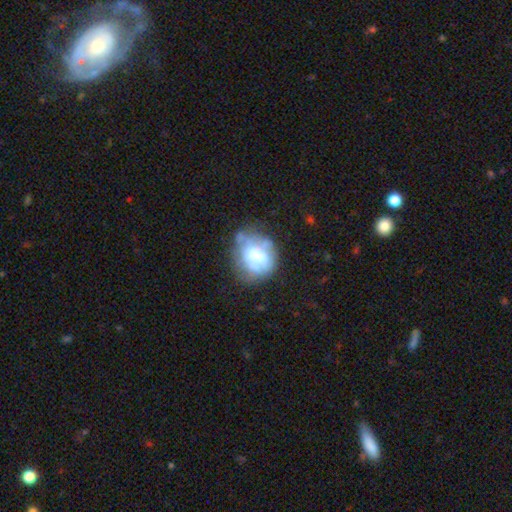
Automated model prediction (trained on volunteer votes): Morphology: type=smooth (47%); merging=none (47%).